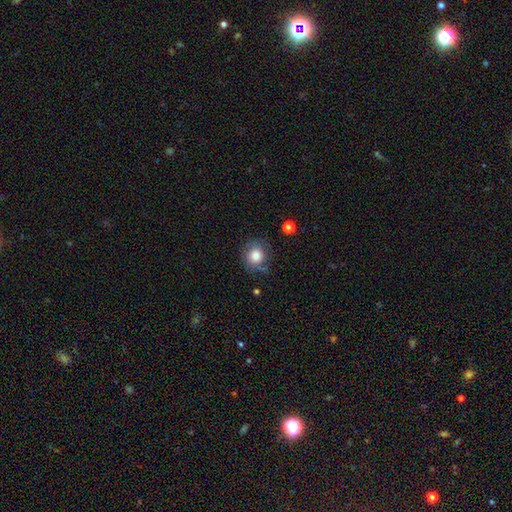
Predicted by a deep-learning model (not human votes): A smooth galaxy with no disk features (78%) that is round (82%).

Vote fractions:
- Smooth or featured? smooth: 78% / featured or disk: 12% / star or artifact: 9%
- How rounded? round: 82% / in between: 17% / cigar-shaped: 1%
- Merging? none: 72% / minor disturbance: 19% / major disturbance: 6% / merger: 3%